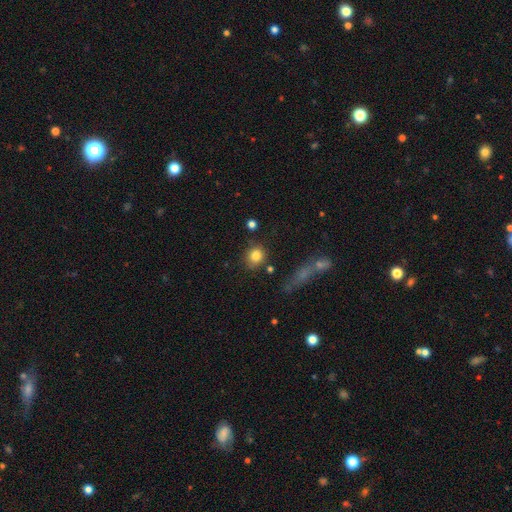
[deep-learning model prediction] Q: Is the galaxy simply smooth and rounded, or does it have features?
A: smooth — 83%.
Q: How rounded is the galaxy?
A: round — 81%.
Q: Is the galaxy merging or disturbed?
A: none — 76%.